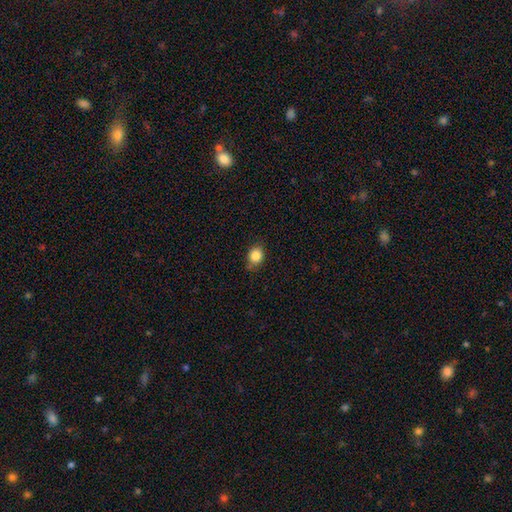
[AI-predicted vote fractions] Smooth or featured? smooth (86%)
How rounded? round (60%)
Merging? none (75%)